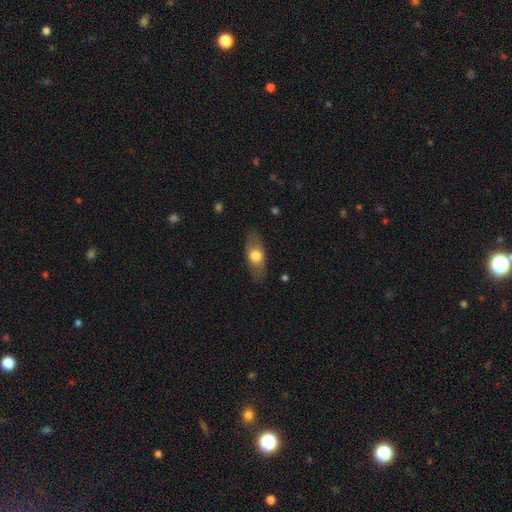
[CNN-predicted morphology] A smooth galaxy with no disk features (63%) that is in between round and cigar-shaped (80%).

Vote fractions:
- Smooth or featured? smooth: 63% / featured or disk: 31% / star or artifact: 6%
- How rounded? in between: 80% / cigar-shaped: 14% / round: 6%
- Merging? none: 82% / minor disturbance: 13% / major disturbance: 4% / merger: 1%